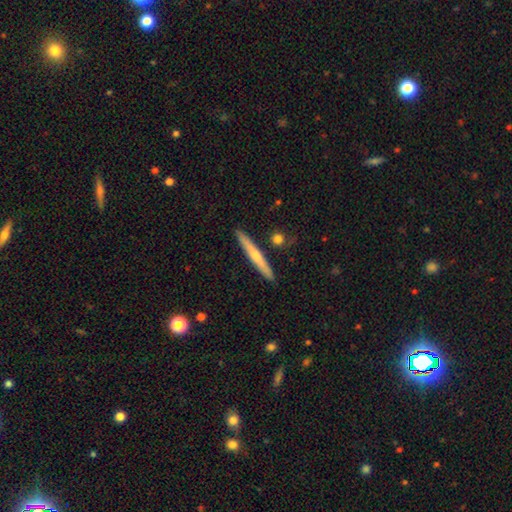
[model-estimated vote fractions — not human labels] Smooth or featured: smooth — 49% (featured or disk — 45%)
Merging: none — 89% (minor disturbance — 7%)